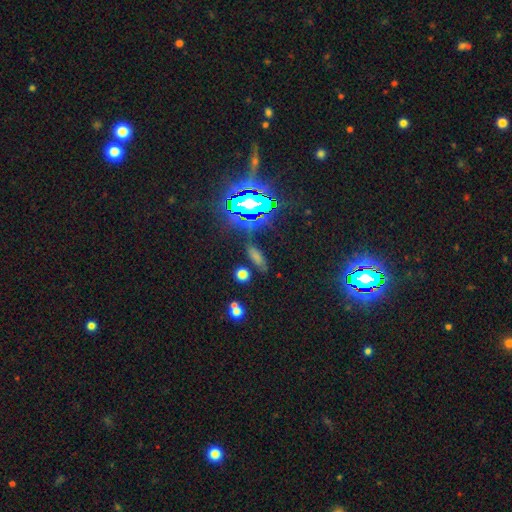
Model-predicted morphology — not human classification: Smooth or featured: star or artifact — 44% (smooth — 41%)